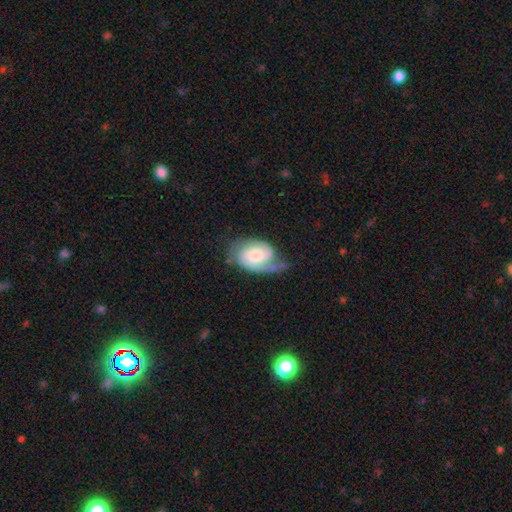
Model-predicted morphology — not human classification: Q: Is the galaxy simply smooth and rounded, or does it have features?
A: featured or disk — 80%.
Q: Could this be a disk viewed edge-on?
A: no — 97%.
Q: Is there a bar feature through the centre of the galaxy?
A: no — 66%.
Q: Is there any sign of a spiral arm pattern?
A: yes — 96%.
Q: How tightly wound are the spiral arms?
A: tight — 44%.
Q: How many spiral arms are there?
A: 2 — 57%.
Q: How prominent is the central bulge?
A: moderate — 46%.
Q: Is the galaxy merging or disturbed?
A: none — 49%.